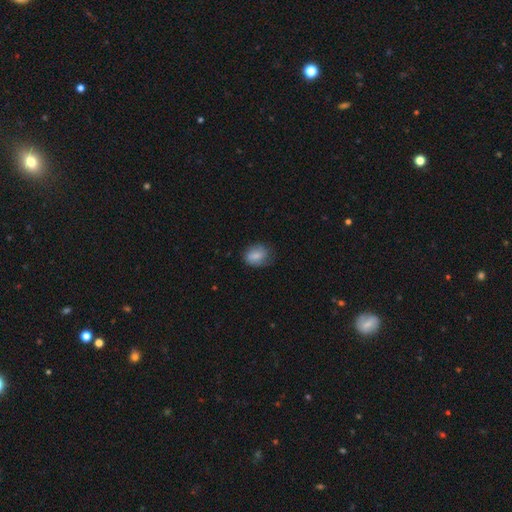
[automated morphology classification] Overall: smooth (79%). How rounded: in between (61%; round 38%). Merging: none (65%; minor disturbance 26%).